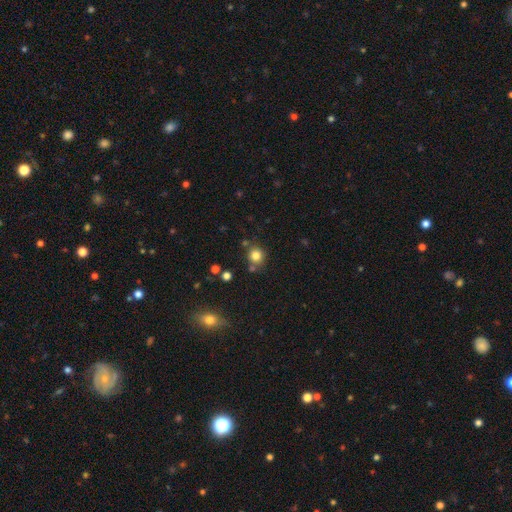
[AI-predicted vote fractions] Overall: smooth (81%). How rounded: round (88%). Merging: none (76%).